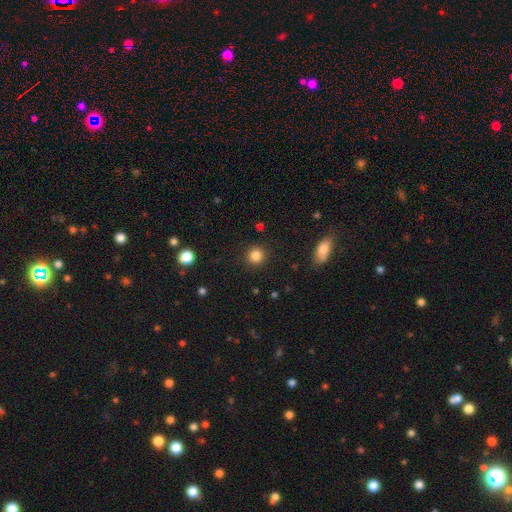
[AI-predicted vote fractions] A smooth galaxy with no disk features (85%) that is round (92%). Merging: none (90%).